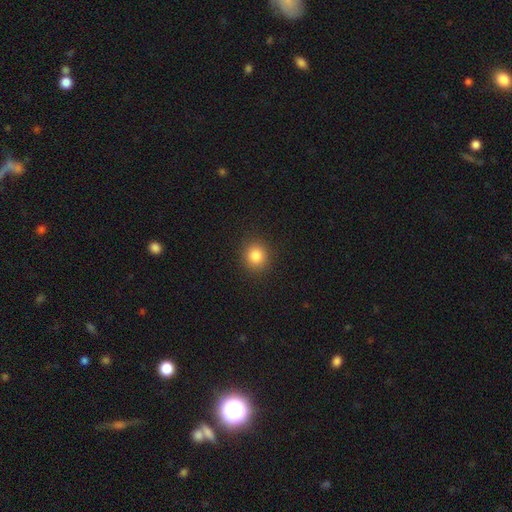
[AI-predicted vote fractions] Smooth or featured: smooth — 83% (star or artifact — 12%)
How rounded: round — 87% (in between — 12%)
Merging: none — 91% (minor disturbance — 6%)